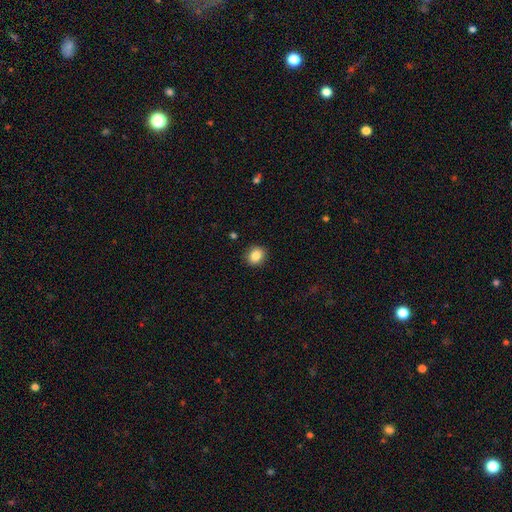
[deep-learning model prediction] A smooth galaxy with no disk features (86%) that is round (72%).

Vote fractions:
- Smooth or featured? smooth: 86% / star or artifact: 9% / featured or disk: 5%
- How rounded? round: 72% / in between: 27% / cigar-shaped: 1%
- Merging? none: 90% / minor disturbance: 7% / major disturbance: 2% / merger: 1%